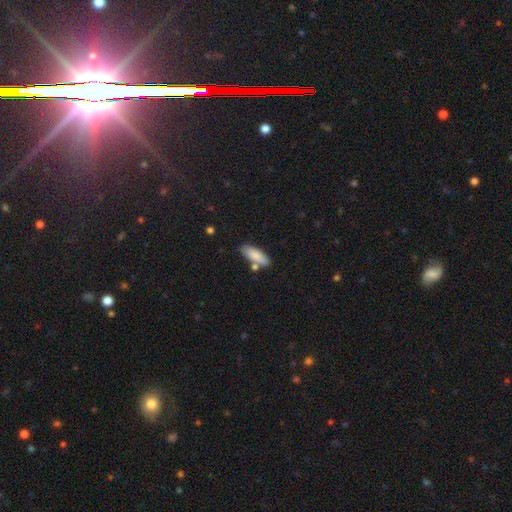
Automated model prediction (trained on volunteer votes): smooth 84%, featured or disk 10%, star or artifact 6%. Down the decision tree: how rounded — in between (65%); merging — none (72%).